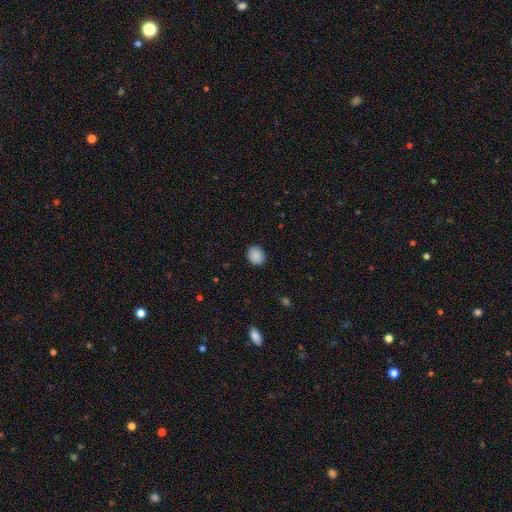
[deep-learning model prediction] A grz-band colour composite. It shows a smooth galaxy with no disk features (89%) that is round (71%). Merging: none (89%).